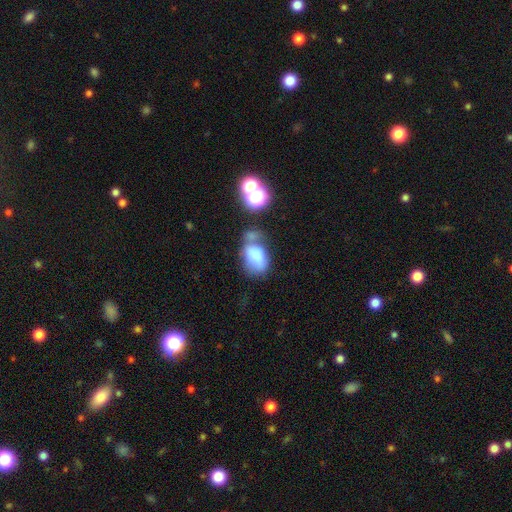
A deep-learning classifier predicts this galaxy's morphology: smooth-or-featured: smooth: 71% | featured or disk: 17% | star or artifact: 12%
  how-rounded: in between: 83% | round: 16% | cigar-shaped: 1%
  merging: merger: 37% | none: 26% | minor disturbance: 20% | major disturbance: 17%